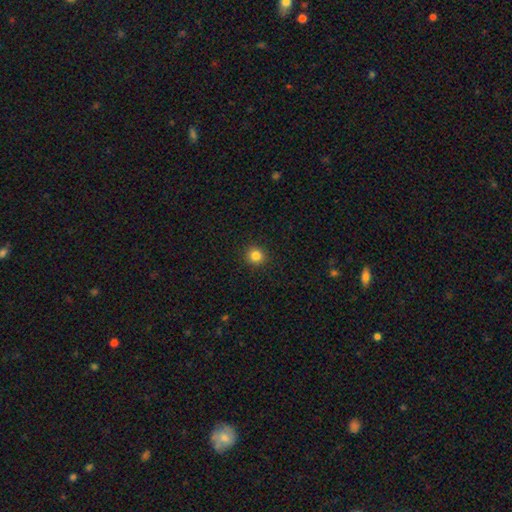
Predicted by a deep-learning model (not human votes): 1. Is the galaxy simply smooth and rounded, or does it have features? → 83% smooth, 12% star or artifact, 5% featured or disk.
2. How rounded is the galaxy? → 92% round, 7% in between, 1% cigar-shaped.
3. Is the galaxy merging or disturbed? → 92% none, 5% minor disturbance, 2% major disturbance, 1% merger.